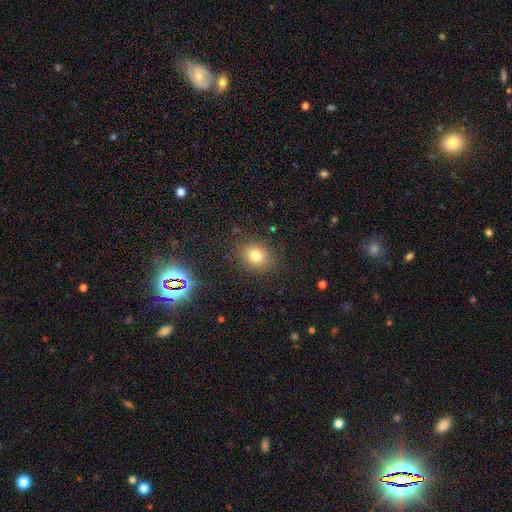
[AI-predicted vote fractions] This is likely a smooth galaxy (77%). How rounded: likely round (67%). Merging: clearly none (86%).